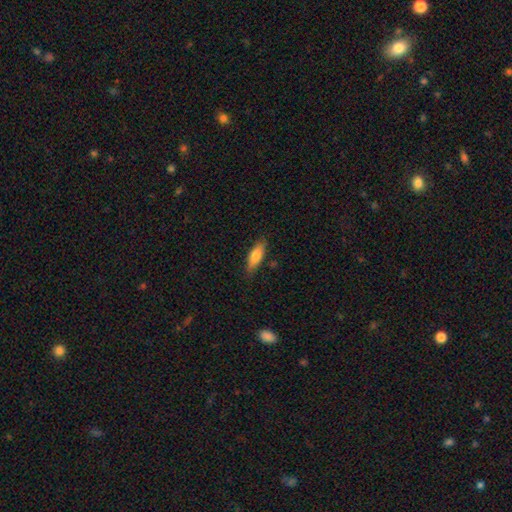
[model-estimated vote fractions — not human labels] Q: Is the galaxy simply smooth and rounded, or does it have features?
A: smooth — 78%.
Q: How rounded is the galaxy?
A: in between — 57%.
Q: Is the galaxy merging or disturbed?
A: none — 80%.